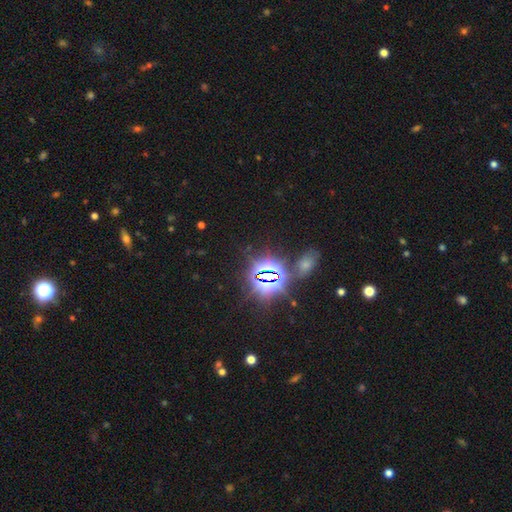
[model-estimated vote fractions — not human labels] Overall: star or artifact (80%).